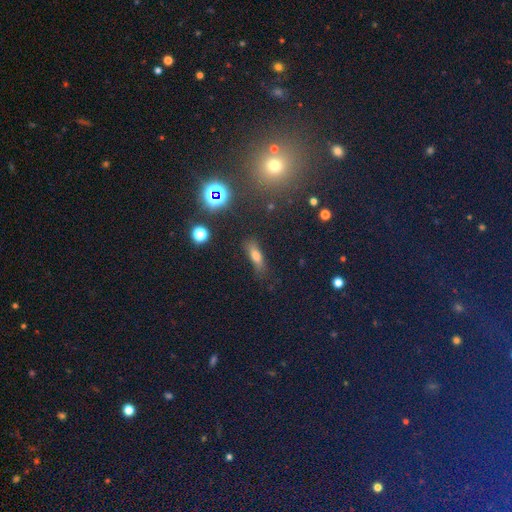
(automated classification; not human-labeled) A smooth galaxy with no disk features (58%) that is cigar-shaped (54%). Merging: none (78%).